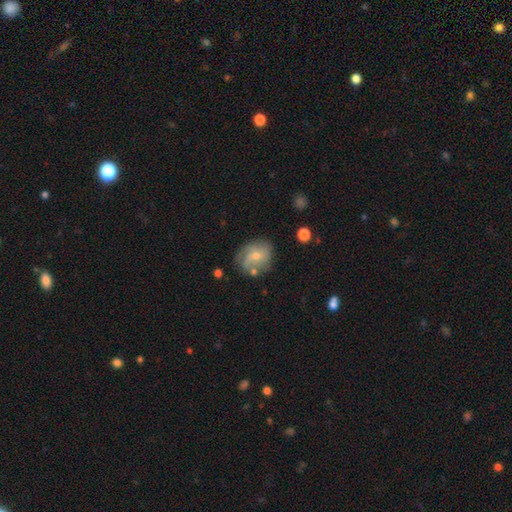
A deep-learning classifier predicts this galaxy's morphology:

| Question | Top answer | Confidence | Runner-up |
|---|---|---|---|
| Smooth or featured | featured or disk | 53% | smooth (39%) |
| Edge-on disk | no | 97% | yes (3%) |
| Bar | no | 69% | weak (27%) |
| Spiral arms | yes | 76% | no (24%) |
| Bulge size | small | 59% | moderate (37%) |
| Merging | none | 61% | minor disturbance (23%) |